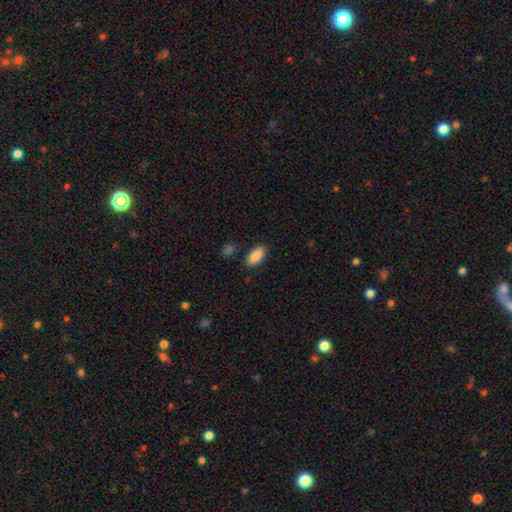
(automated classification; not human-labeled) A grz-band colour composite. It shows a smooth galaxy with no disk features (88%) that is in between round and cigar-shaped (90%). Merging: none (86%).